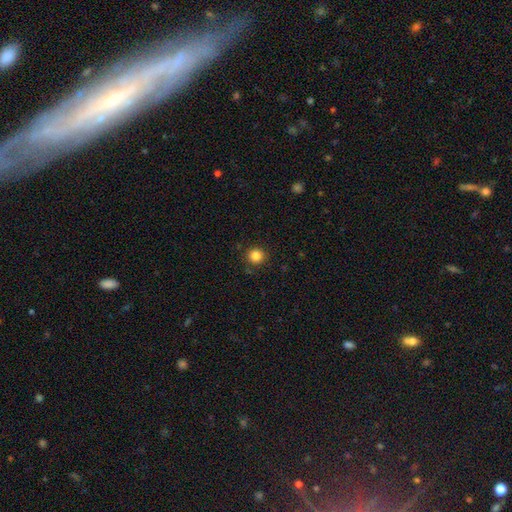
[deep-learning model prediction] smooth_or_featured: smooth (p=0.84) [alt: star or artifact p=0.11]
how_rounded: round (p=0.93) [alt: in between p=0.06]
merging: none (p=0.89) [alt: minor disturbance p=0.07]